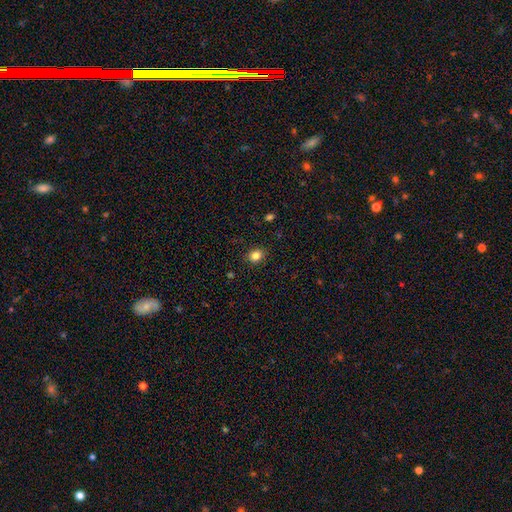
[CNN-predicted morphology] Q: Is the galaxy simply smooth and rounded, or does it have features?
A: smooth — 84%.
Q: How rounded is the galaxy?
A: round — 53%.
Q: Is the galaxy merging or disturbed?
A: none — 88%.